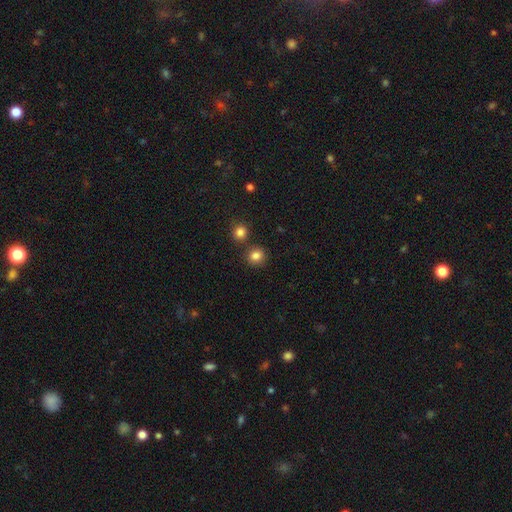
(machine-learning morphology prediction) Smooth or featured? Predicted: smooth (p=0.83). How rounded? Predicted: round (p=0.87). Merging? Predicted: none (p=0.81).